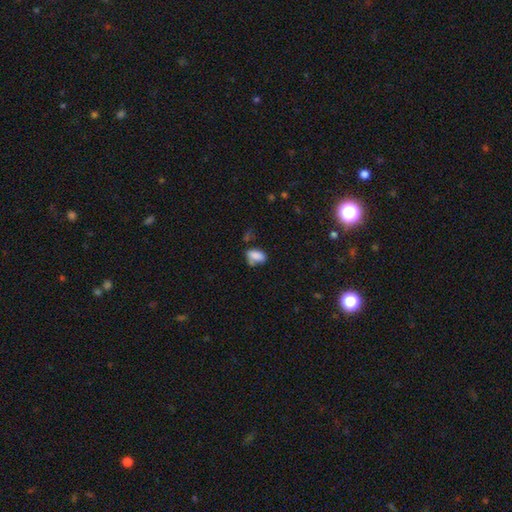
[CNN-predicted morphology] The model was most divided on "merging": none: 46%, minor disturbance: 28%, merger: 15%, major disturbance: 12%. More confident: how rounded — in between (88%); smooth or featured — smooth (81%).